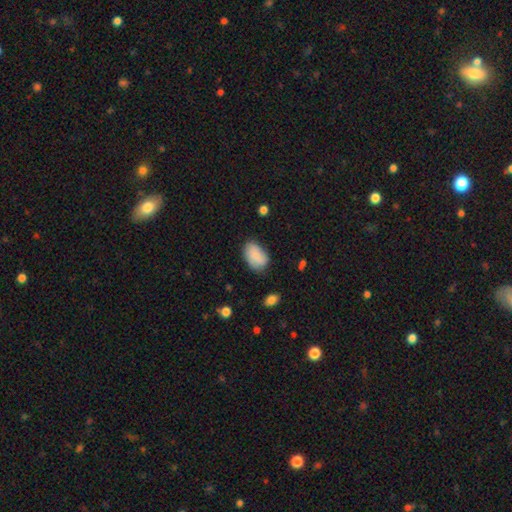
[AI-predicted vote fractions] Smooth or featured?
  - smooth: 80% *
  - featured or disk: 13%
  - star or artifact: 7%
How rounded?
  - in between: 89% *
  - round: 10%
  - cigar-shaped: 1%
Merging?
  - none: 70% *
  - minor disturbance: 22%
  - major disturbance: 5%
  - merger: 2%